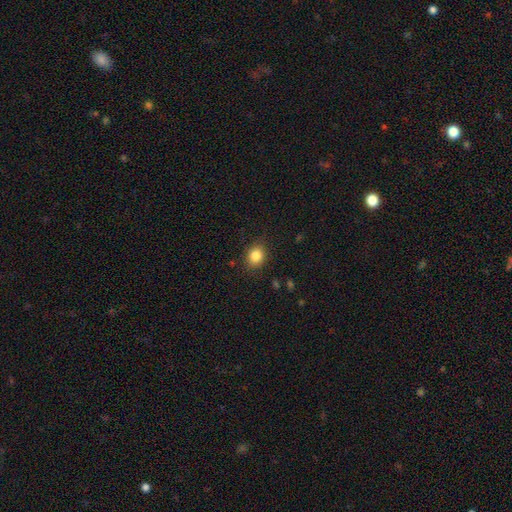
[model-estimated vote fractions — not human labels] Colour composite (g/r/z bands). It shows a smooth galaxy with no disk features (84%) that is round (57%). Merging: none (85%).